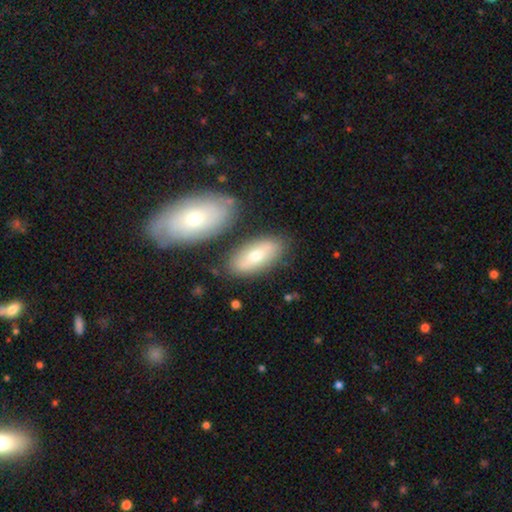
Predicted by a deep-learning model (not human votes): A smooth galaxy with no disk features (62%) that is in between round and cigar-shaped (86%). Merging: none (76%).